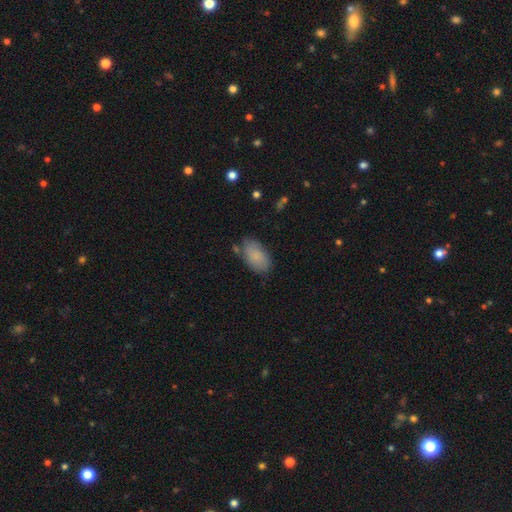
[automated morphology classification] smooth-or-featured: smooth: 81% | featured or disk: 12% | star or artifact: 7%
  how-rounded: in between: 94% | round: 4% | cigar-shaped: 2%
  merging: none: 70% | minor disturbance: 20% | major disturbance: 5% | merger: 4%